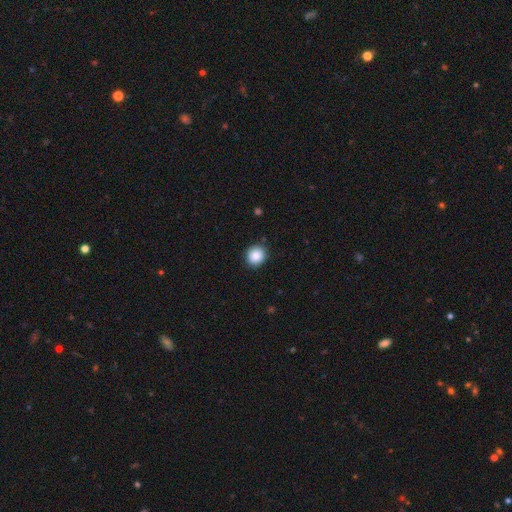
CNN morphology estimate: Q: Smooth or featured?
A: smooth (87%); runner-up: star or artifact (9%)
Q: How rounded?
A: round (85%); runner-up: in between (14%)
Q: Merging?
A: none (90%); runner-up: minor disturbance (7%)